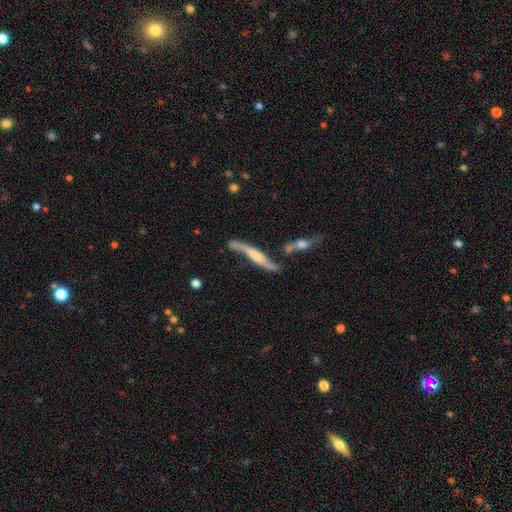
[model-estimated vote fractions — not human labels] This appears to be a featured or disk galaxy (71%). Merging: none (44%).